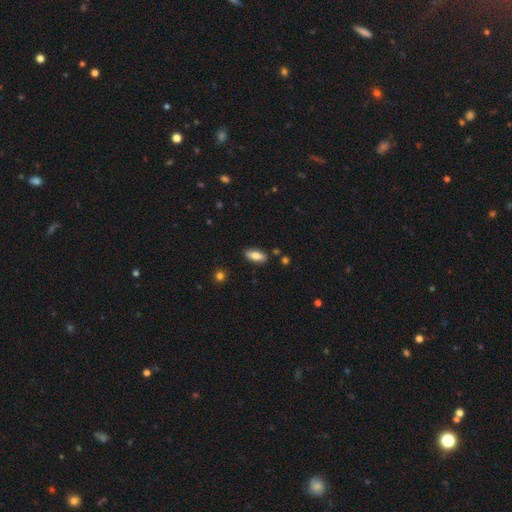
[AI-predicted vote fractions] Smooth or featured: smooth — 78% (featured or disk — 15%)
How rounded: in between — 80% (cigar-shaped — 17%)
Merging: none — 86% (minor disturbance — 10%)